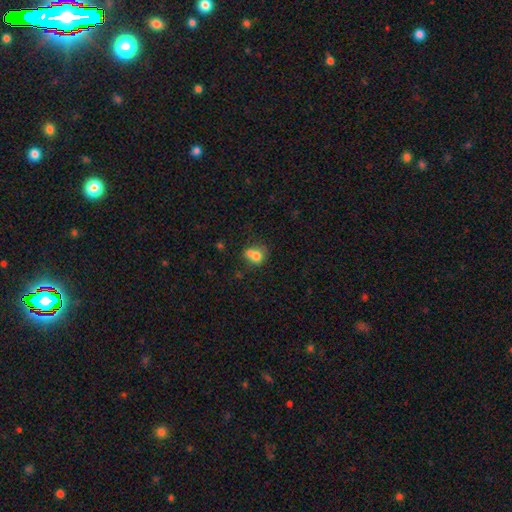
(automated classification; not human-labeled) Morphology: type=smooth (73%); roundness=round (65%); merging=merger (51%).